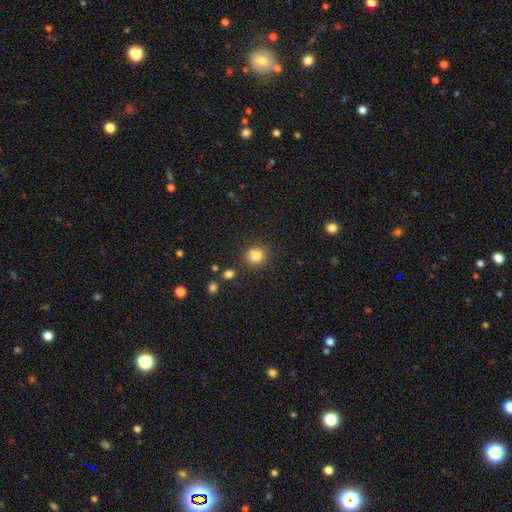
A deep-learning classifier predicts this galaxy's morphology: Smooth or featured?
  - smooth: 83% *
  - star or artifact: 11%
  - featured or disk: 6%
How rounded?
  - round: 84% *
  - in between: 15%
  - cigar-shaped: 1%
Merging?
  - none: 82% *
  - minor disturbance: 11%
  - merger: 4%
  - major disturbance: 3%